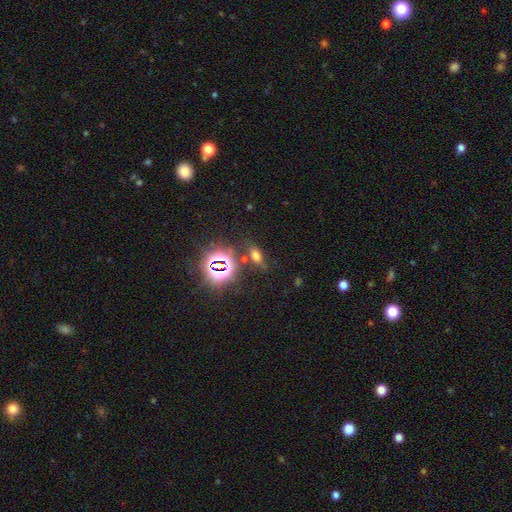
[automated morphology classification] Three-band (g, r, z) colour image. It shows a smooth galaxy with no disk features (53%) that is in between round and cigar-shaped (74%). Merging: none (72%).